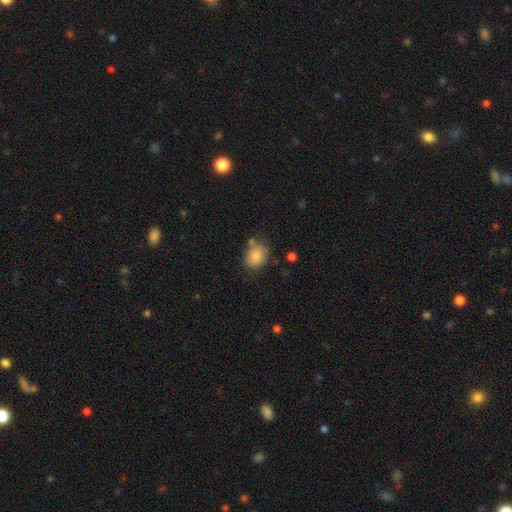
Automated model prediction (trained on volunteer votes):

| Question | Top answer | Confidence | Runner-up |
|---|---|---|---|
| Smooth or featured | smooth | 84% | star or artifact (8%) |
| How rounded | in between | 52% | round (47%) |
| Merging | none | 66% | minor disturbance (19%) |